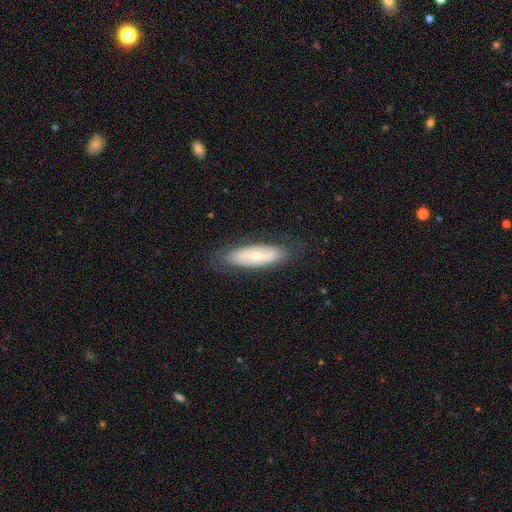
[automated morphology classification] This appears to be a featured or disk galaxy (49%). Merging: none (79%).